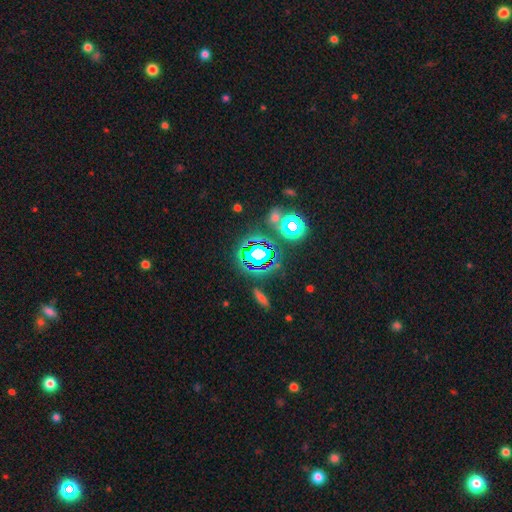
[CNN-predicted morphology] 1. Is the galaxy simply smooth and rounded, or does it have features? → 70% star or artifact, 18% smooth, 12% featured or disk.